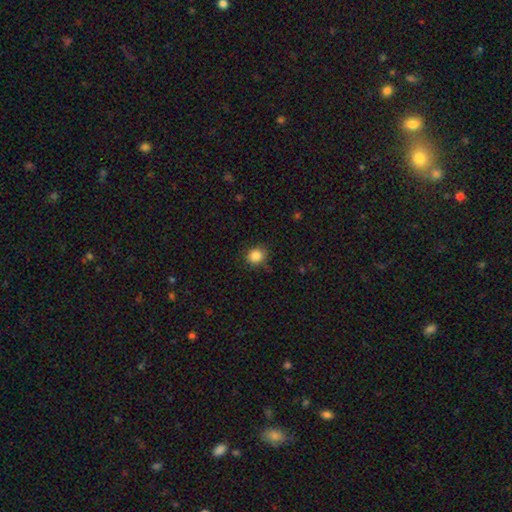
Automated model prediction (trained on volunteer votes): Smooth or featured? Predicted: smooth (p=0.85). How rounded? Predicted: round (p=0.79). Merging? Predicted: none (p=0.82).